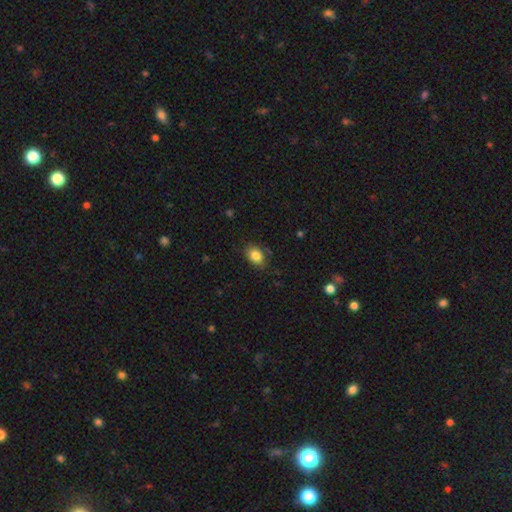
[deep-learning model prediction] This is clearly a smooth galaxy (83%). How rounded: likely in between (71%). Merging: likely none (78%).